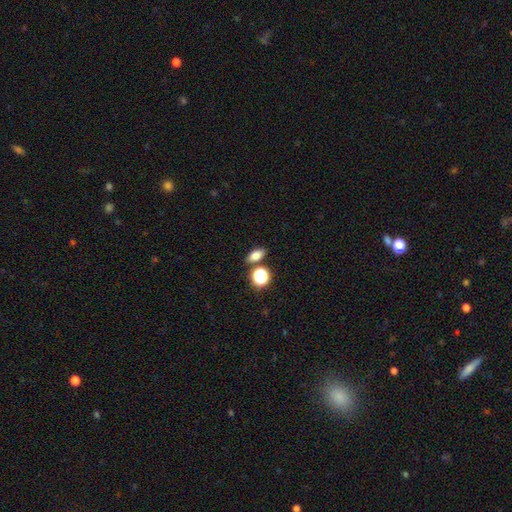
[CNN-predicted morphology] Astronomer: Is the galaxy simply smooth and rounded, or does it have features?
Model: smooth — 75%.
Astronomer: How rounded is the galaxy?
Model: in between — 75%.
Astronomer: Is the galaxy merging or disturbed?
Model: none — 76%.